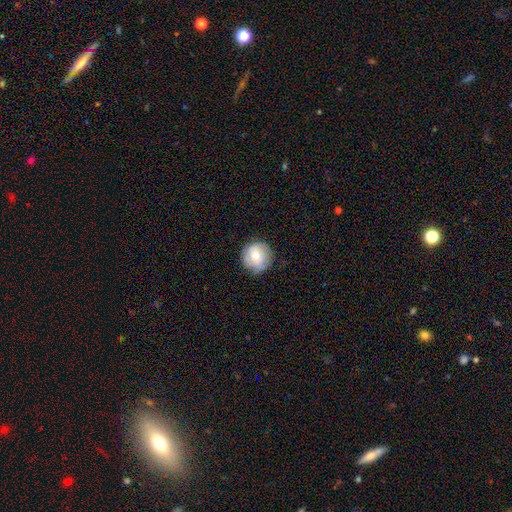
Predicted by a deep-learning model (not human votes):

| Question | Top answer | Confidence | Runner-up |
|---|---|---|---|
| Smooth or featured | smooth | 61% | featured or disk (32%) |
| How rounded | round | 94% | in between (5%) |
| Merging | none | 79% | minor disturbance (16%) |